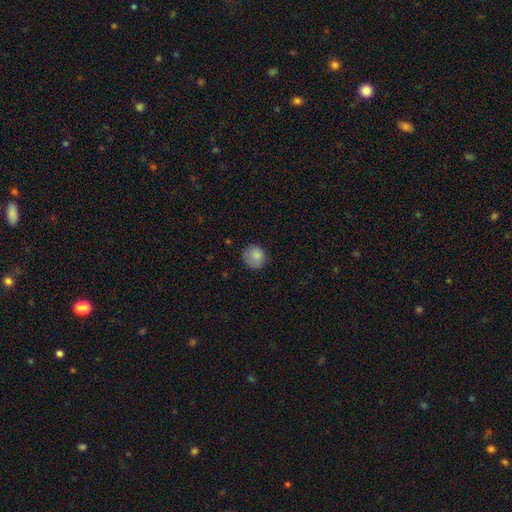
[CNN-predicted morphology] This appears to be a smooth galaxy with no disk features (86%) that is round (87%). Merging: none (78%).